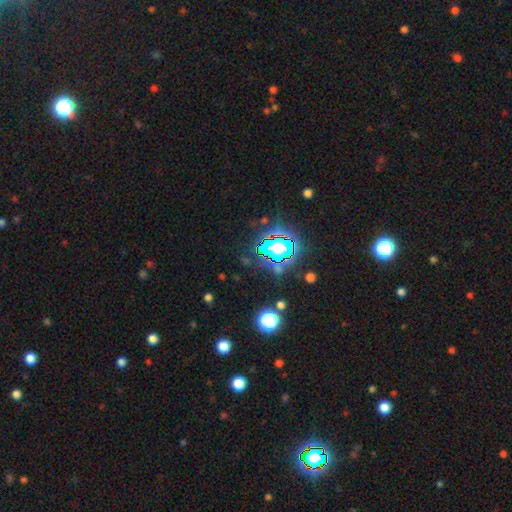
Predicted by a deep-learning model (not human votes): smooth_or_featured: star or artifact (p=0.82) [alt: smooth p=0.11]